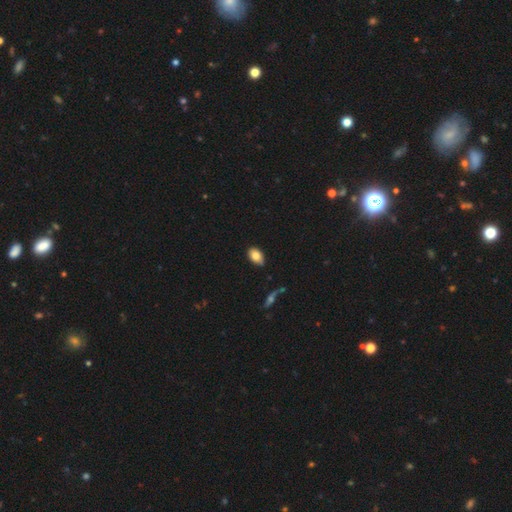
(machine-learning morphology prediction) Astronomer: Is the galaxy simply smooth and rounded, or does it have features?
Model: smooth — 81%.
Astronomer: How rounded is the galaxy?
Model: in between — 90%.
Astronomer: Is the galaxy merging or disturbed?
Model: none — 82%.